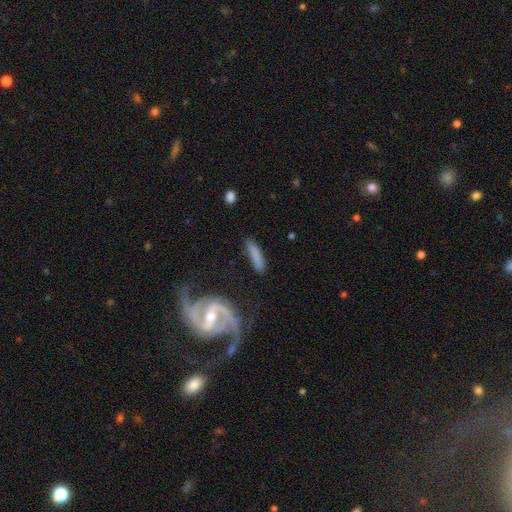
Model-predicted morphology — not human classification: Smooth or featured?
  - smooth: 62% *
  - featured or disk: 31%
  - star or artifact: 7%
How rounded?
  - cigar-shaped: 79% *
  - in between: 19%
  - round: 3%
Merging?
  - none: 74% *
  - minor disturbance: 16%
  - major disturbance: 6%
  - merger: 4%